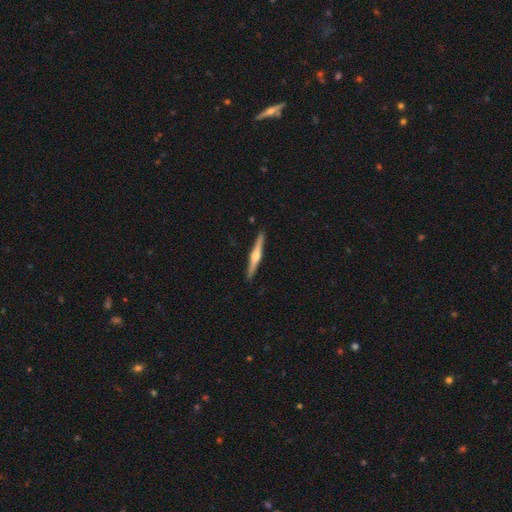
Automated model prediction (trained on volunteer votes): Smooth or featured: featured or disk — 73% (smooth — 22%)
Edge-on disk: yes — 98% (no — 2%)
Edge-on bulge: rounded — 93% (boxy — 4%)
Merging: none — 92% (minor disturbance — 6%)